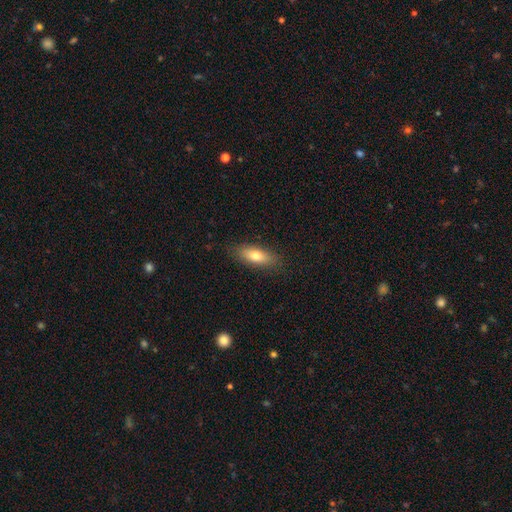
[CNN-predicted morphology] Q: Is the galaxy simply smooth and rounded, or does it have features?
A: smooth — 74%.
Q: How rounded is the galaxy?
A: in between — 70%.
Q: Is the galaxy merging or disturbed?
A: none — 86%.